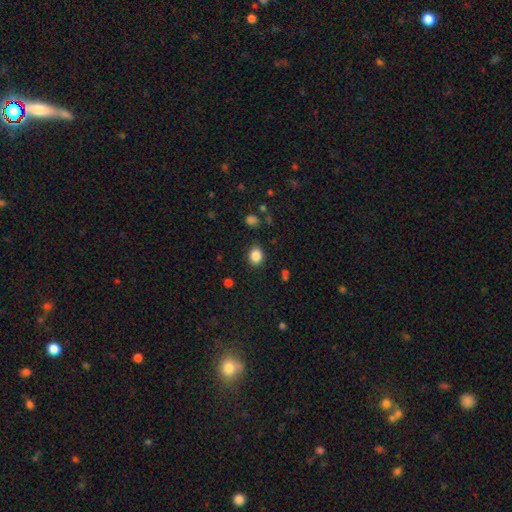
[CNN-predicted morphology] Smooth or featured?
  - smooth: 86% *
  - star or artifact: 10%
  - featured or disk: 4%
How rounded?
  - round: 61% *
  - in between: 38%
  - cigar-shaped: 1%
Merging?
  - none: 87% *
  - minor disturbance: 9%
  - major disturbance: 3%
  - merger: 2%